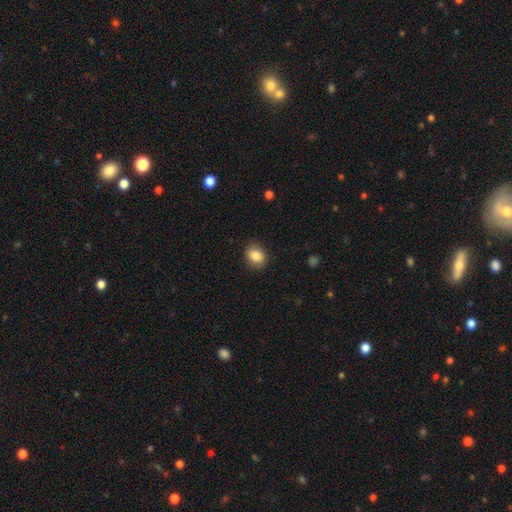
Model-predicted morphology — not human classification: A smooth galaxy with no disk features (85%) that is in between round and cigar-shaped (52%). Merging: none (86%).